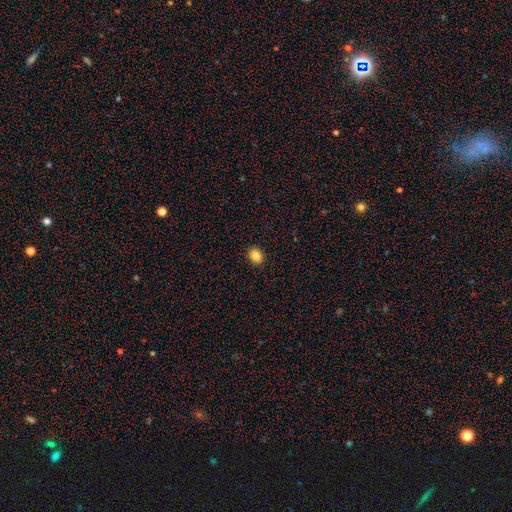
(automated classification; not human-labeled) A smooth galaxy with no disk features (85%) that is in between round and cigar-shaped (55%).

Vote fractions:
- Smooth or featured? smooth: 85% / star or artifact: 10% / featured or disk: 5%
- How rounded? in between: 55% / round: 45% / cigar-shaped: 1%
- Merging? none: 91% / minor disturbance: 7% / major disturbance: 2% / merger: 1%